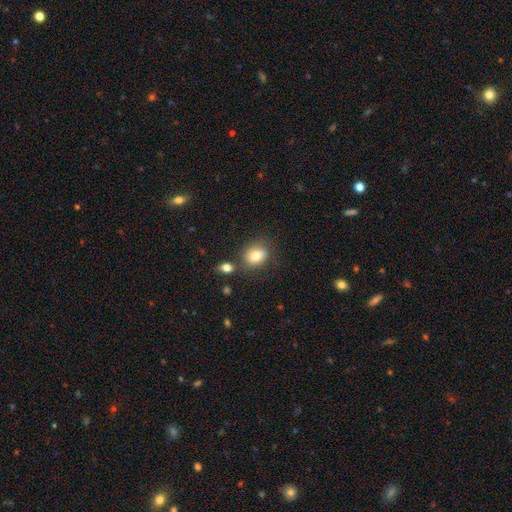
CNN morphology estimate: smooth 80%, featured or disk 11%, star or artifact 9%. Down the decision tree: how rounded — in between (59%); merging — none (69%).